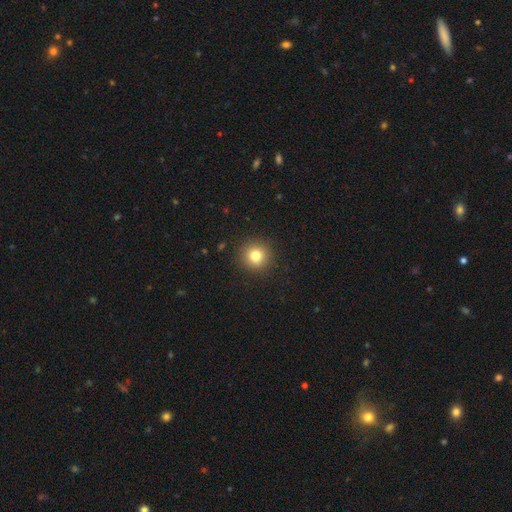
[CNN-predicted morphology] smooth 80%, star or artifact 12%, featured or disk 8%. Down the decision tree: how rounded — round (93%); merging — none (92%).